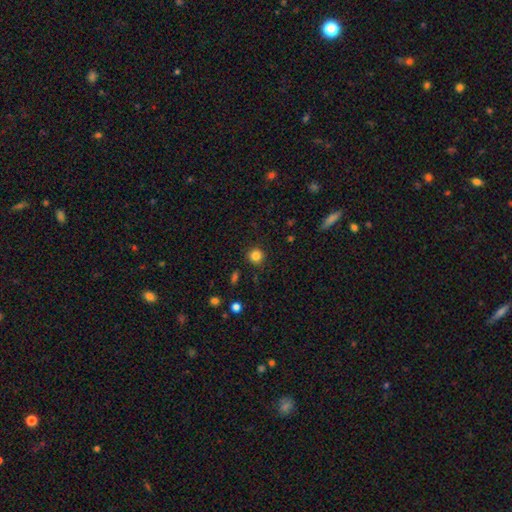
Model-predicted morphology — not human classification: A smooth galaxy with no disk features (83%) that is round (93%).

Vote fractions:
- Smooth or featured? smooth: 83% / star or artifact: 12% / featured or disk: 5%
- How rounded? round: 93% / in between: 6% / cigar-shaped: 1%
- Merging? none: 90% / minor disturbance: 7% / major disturbance: 2% / merger: 1%